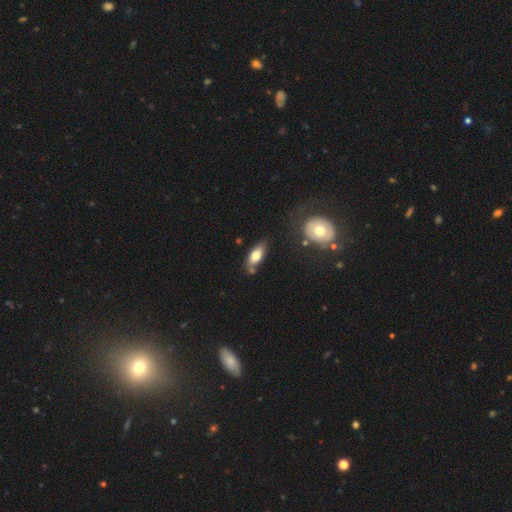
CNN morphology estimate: type=smooth (70%); roundness=in between (82%); merging=none (68%).